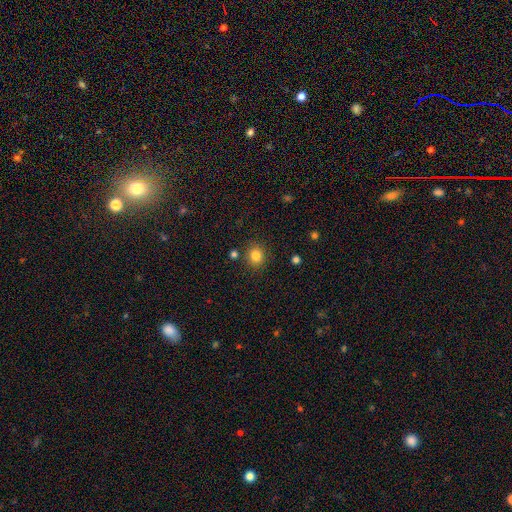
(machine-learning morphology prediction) Smooth or featured? smooth (83%)
How rounded? round (85%)
Merging? none (86%)